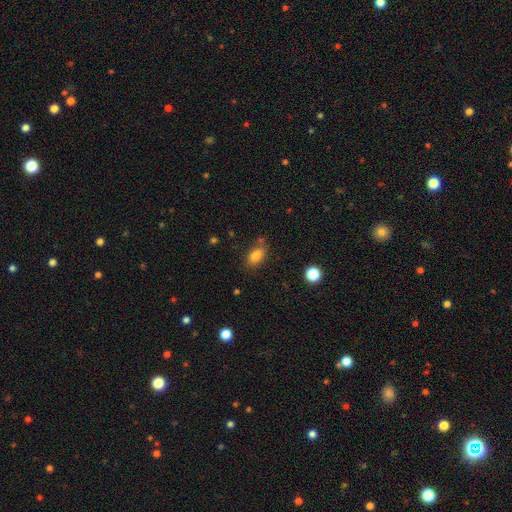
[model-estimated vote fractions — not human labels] Morphology: type=smooth (82%); roundness=in between (87%); merging=none (75%).